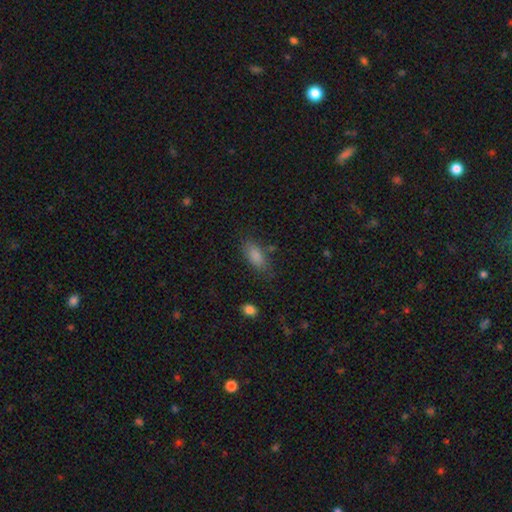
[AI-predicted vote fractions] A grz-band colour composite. It shows a smooth galaxy with no disk features (85%) that is in between round and cigar-shaped (83%). Merging: none (74%).